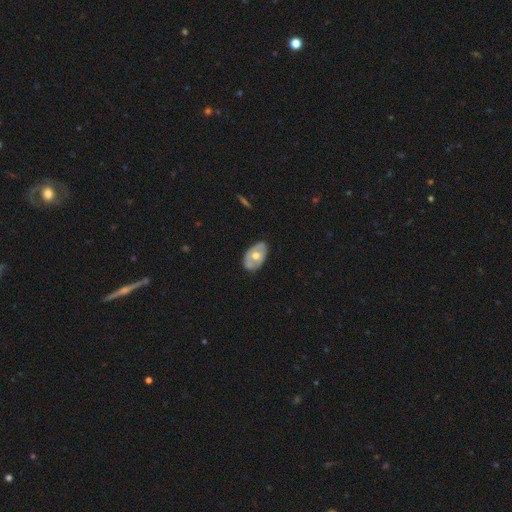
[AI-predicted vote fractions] smooth-or-featured: featured or disk: 52% | smooth: 43% | star or artifact: 6%
  disk-edge-on: no: 89% | yes: 11%
  merging: none: 75% | minor disturbance: 20% | major disturbance: 4% | merger: 1%